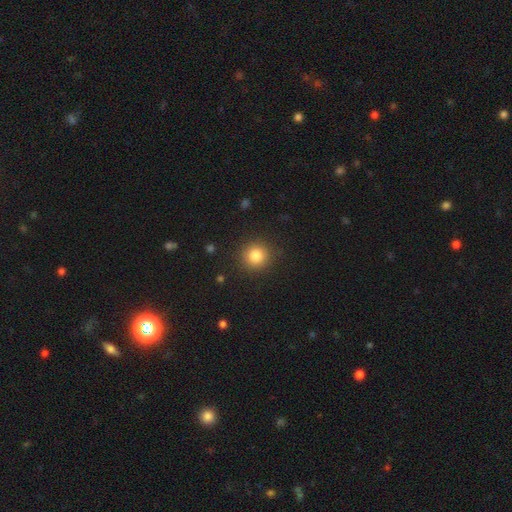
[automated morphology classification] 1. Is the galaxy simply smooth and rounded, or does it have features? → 83% smooth, 11% star or artifact, 6% featured or disk.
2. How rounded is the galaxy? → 93% round, 6% in between, 1% cigar-shaped.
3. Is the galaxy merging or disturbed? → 90% none, 7% minor disturbance, 3% major disturbance, 1% merger.